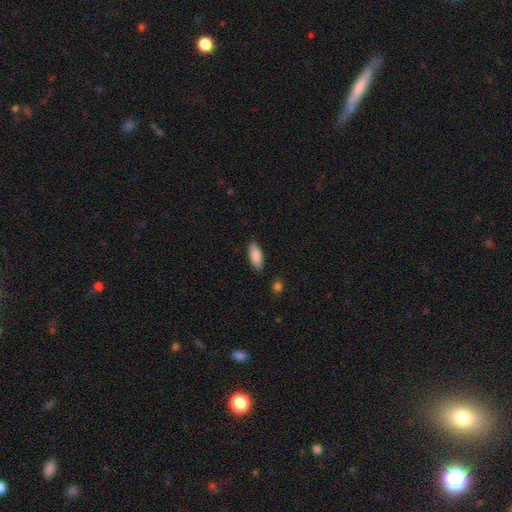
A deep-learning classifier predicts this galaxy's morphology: smooth 87%, featured or disk 7%, star or artifact 6%. Down the decision tree: how rounded — in between (82%); merging — none (85%).